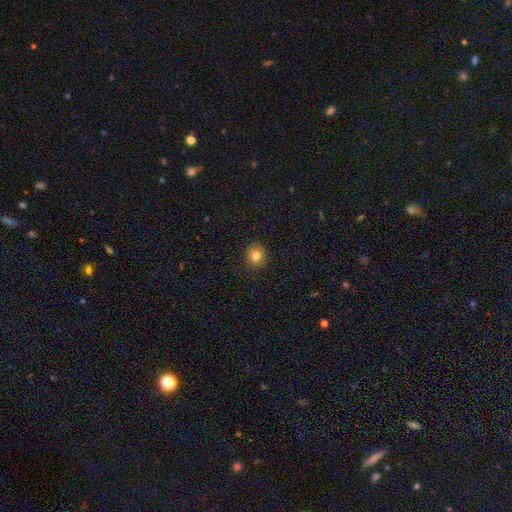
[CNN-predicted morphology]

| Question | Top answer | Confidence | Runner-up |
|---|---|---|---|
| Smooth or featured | smooth | 82% | star or artifact (12%) |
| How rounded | round | 79% | in between (20%) |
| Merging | none | 87% | minor disturbance (10%) |